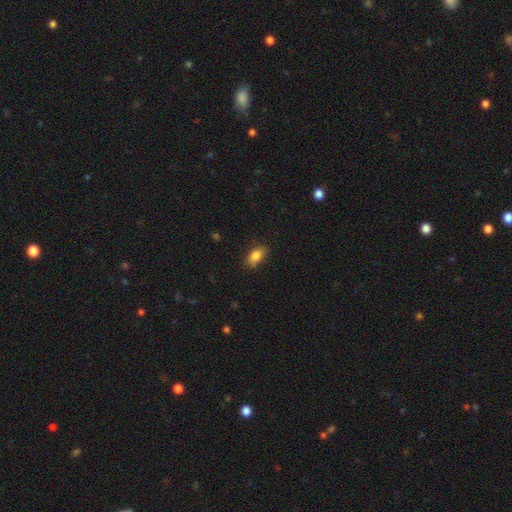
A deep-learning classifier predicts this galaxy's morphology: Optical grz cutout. It shows a smooth galaxy with no disk features (84%) that is in between round and cigar-shaped (88%). Merging: none (81%).